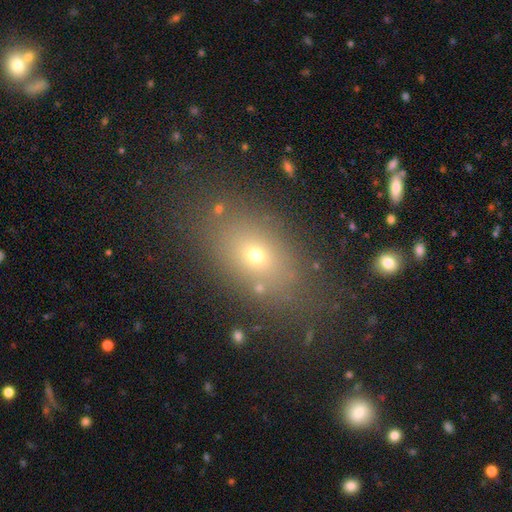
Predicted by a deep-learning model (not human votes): Smooth or featured? Predicted: smooth (p=0.65). How rounded? Predicted: in between (p=0.76). Merging? Predicted: none (p=0.78).